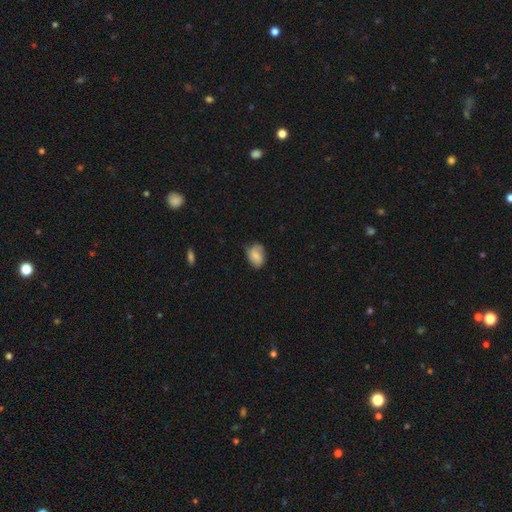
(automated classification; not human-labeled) The model was most divided on "how rounded": in between: 70%, round: 29%, cigar-shaped: 1%. More confident: smooth or featured — smooth (75%); merging — none (67%).